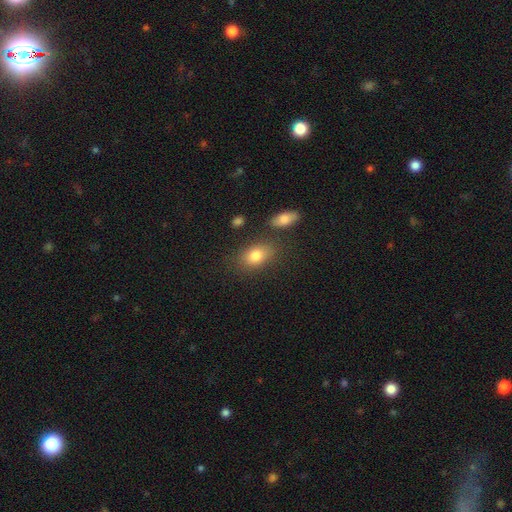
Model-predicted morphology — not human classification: Smooth or featured? Predicted: smooth (p=0.81). How rounded? Predicted: in between (p=0.79). Merging? Predicted: none (p=0.73).